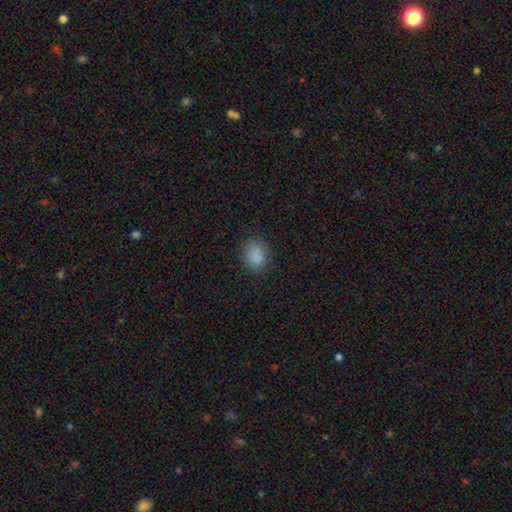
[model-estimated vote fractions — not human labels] A smooth galaxy with no disk features (86%) that is round (62%). Merging: none (85%).